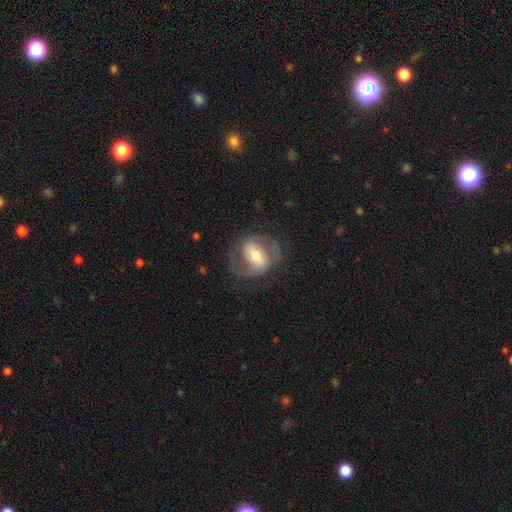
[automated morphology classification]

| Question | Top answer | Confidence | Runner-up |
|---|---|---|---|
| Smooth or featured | featured or disk | 77% | smooth (17%) |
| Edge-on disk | no | 96% | yes (4%) |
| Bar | strong | 41% | weak (38%) |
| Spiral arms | yes | 86% | no (14%) |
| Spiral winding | medium | 54% | loose (24%) |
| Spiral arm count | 2 | 88% | can't tell (5%) |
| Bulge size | moderate | 64% | small (23%) |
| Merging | none | 71% | minor disturbance (15%) |